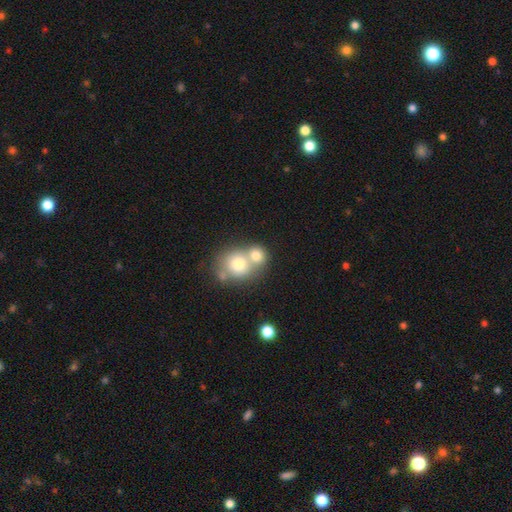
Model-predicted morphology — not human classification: This is likely a smooth galaxy (73%). How rounded: likely round (73%). Merging: likely merger (61%).